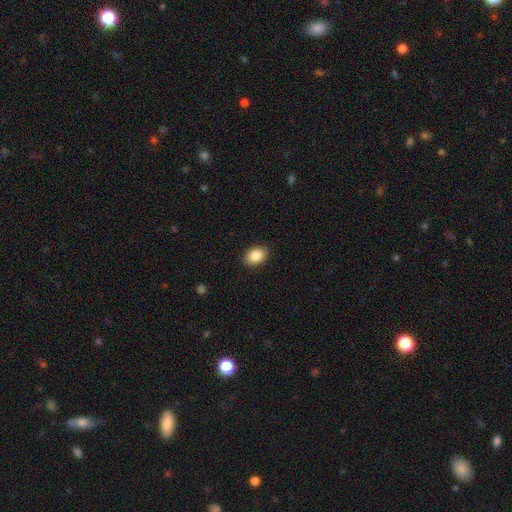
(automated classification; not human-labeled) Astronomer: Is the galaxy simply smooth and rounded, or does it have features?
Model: smooth — 87%.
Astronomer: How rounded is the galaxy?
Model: in between — 81%.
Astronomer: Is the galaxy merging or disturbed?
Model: none — 89%.